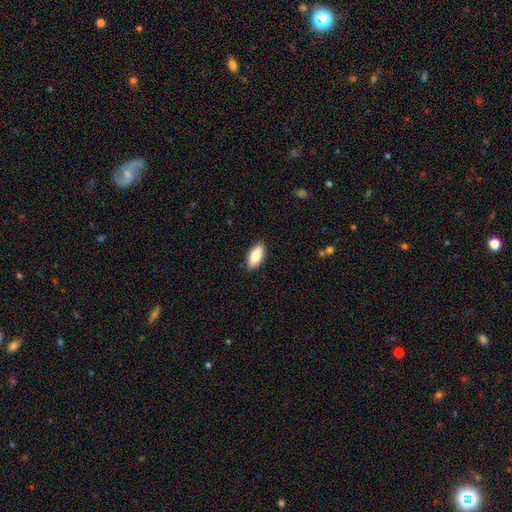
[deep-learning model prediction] smooth-or-featured: smooth: 82% | featured or disk: 11% | star or artifact: 6%
  how-rounded: in between: 88% | cigar-shaped: 10% | round: 2%
  merging: none: 89% | minor disturbance: 9% | major disturbance: 2% | merger: 1%